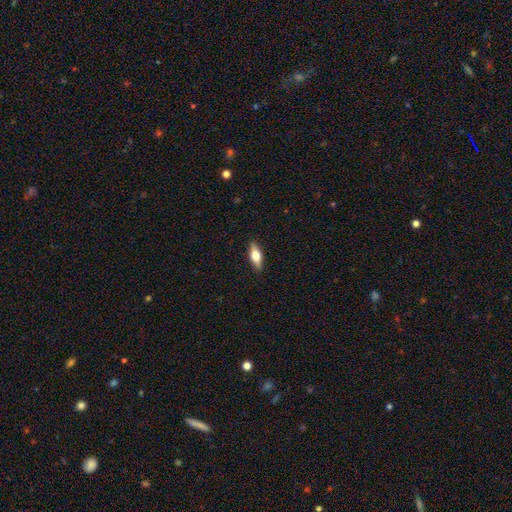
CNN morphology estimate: A smooth galaxy with no disk features (47%). Merging: none (89%).